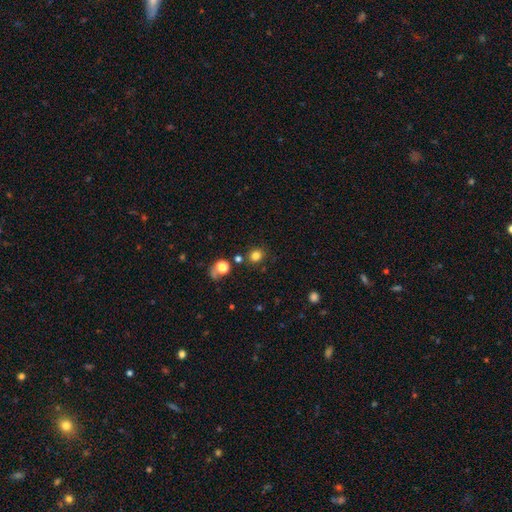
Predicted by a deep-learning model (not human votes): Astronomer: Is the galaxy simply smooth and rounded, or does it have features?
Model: smooth — 80%.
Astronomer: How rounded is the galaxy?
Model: round — 76%.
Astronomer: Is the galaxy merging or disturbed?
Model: none — 81%.